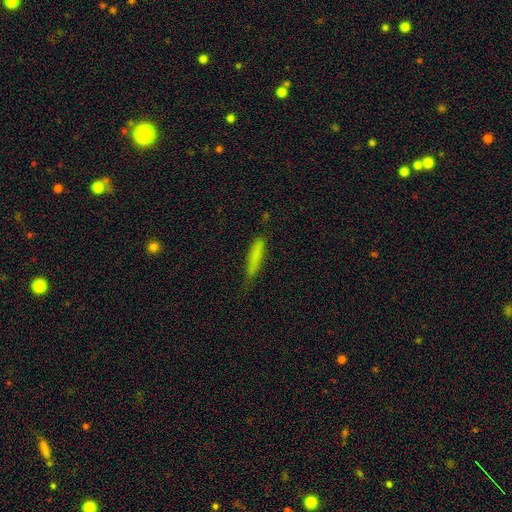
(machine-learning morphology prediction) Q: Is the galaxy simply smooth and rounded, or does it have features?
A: smooth — 78%.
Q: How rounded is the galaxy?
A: cigar-shaped — 89%.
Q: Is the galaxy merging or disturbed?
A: none — 67%.